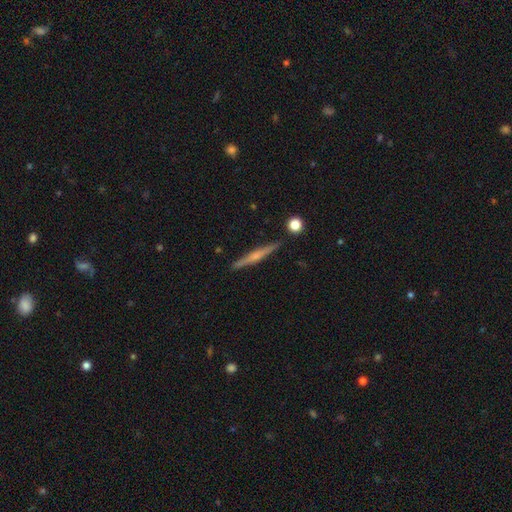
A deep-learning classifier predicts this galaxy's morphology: This appears to be a featured or disk galaxy (66%) viewed edge-on (98%) with a rounded central bulge (68%). Merging: none (91%).